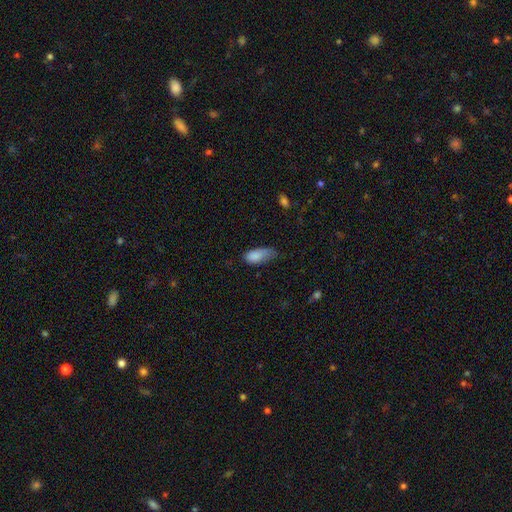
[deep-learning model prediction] This is clearly a smooth galaxy (84%). How rounded: clearly in between (87%). Merging: possibly minor disturbance (47%).